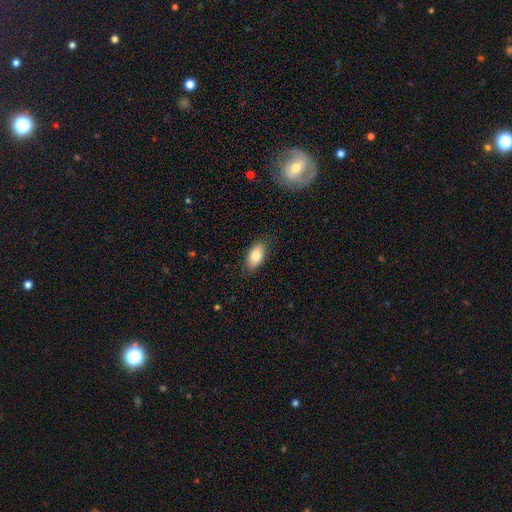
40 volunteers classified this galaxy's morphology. Overall: smooth (85%). How rounded: in between (97%). Merging: none (87%).